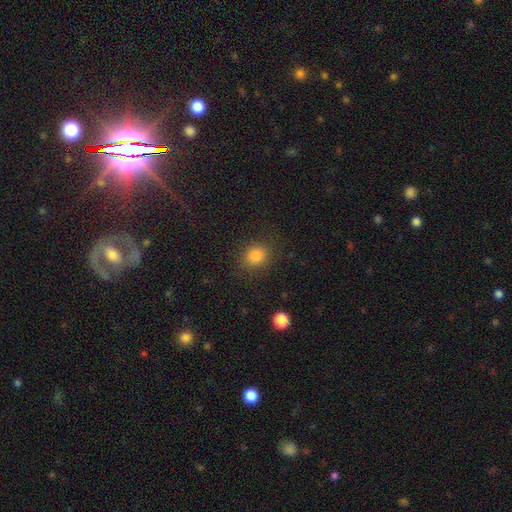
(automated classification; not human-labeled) A smooth galaxy with no disk features (83%) that is round (70%). Merging: none (84%).